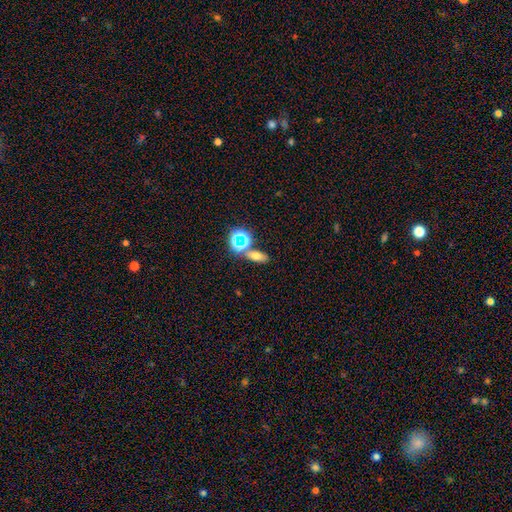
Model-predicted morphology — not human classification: A smooth galaxy with no disk features (61%) that is in between round and cigar-shaped (71%). Merging: none (70%).